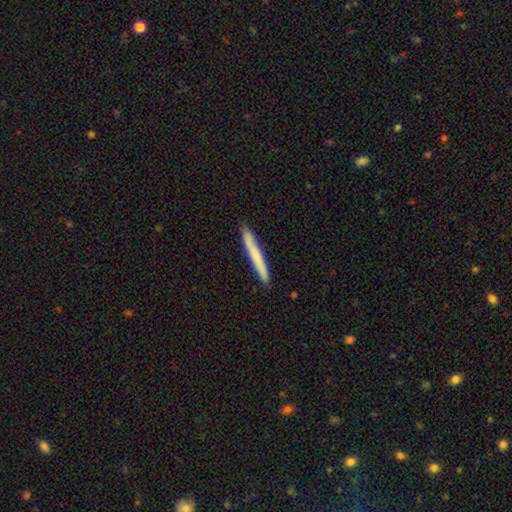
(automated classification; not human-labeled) Smooth or featured: smooth — 66% (featured or disk — 28%)
How rounded: cigar-shaped — 97% (in between — 2%)
Merging: none — 90% (minor disturbance — 7%)